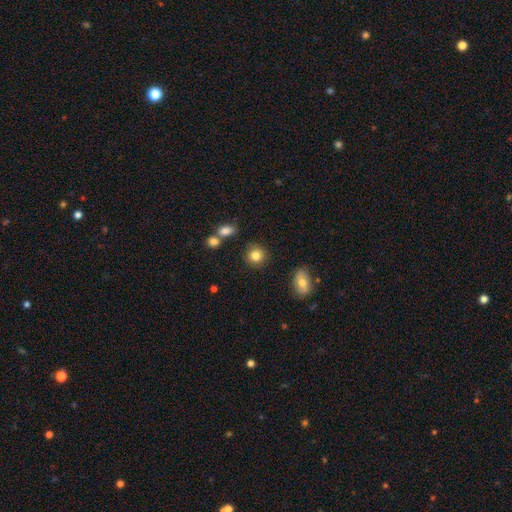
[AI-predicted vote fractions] Smooth or featured? Predicted: smooth (p=0.83). How rounded? Predicted: round (p=0.84). Merging? Predicted: none (p=0.82).